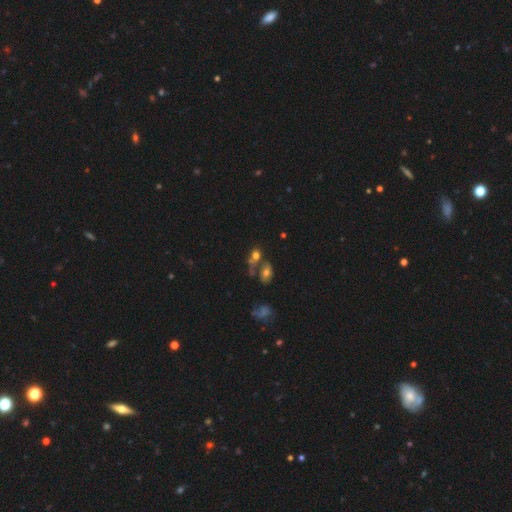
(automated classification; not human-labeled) smooth 62%, star or artifact 19%, featured or disk 19%. Down the decision tree: how rounded — round (51%); merging — merger (46%).